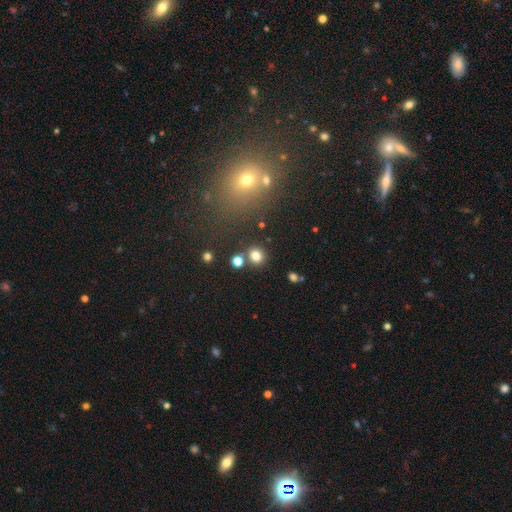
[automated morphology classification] The model was most divided on "smooth or featured": smooth: 79%, star or artifact: 15%, featured or disk: 6%. More confident: how rounded — round (84%); merging — none (79%).